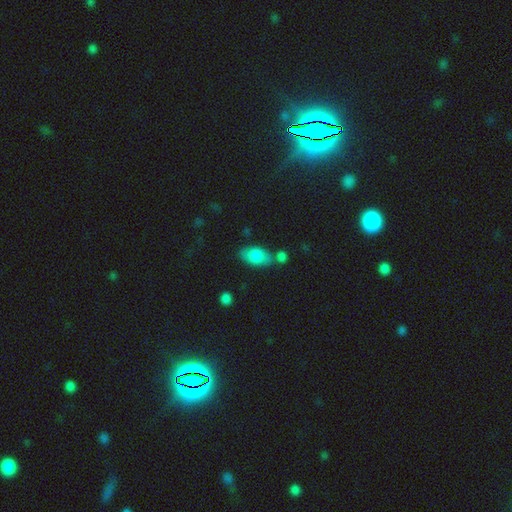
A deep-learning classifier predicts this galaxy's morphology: This is clearly a smooth galaxy (82%). How rounded: clearly in between (91%). Merging: likely none (63%).